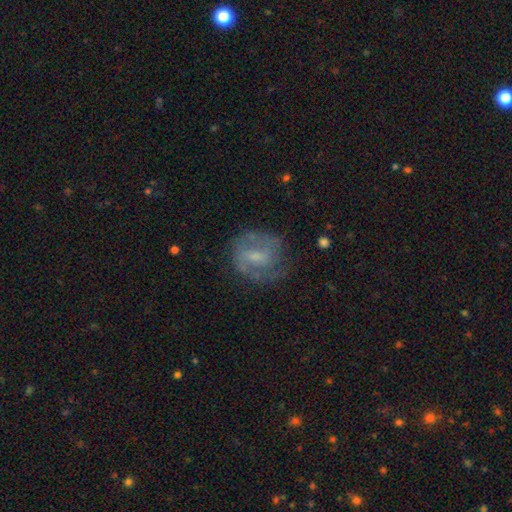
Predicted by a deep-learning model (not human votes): A featured or disk galaxy (70%) with a weak bar (55%), 2 (66%) medium (46%) spiral arms (84%) and a small central bulge (47%). Merging: none (68%).